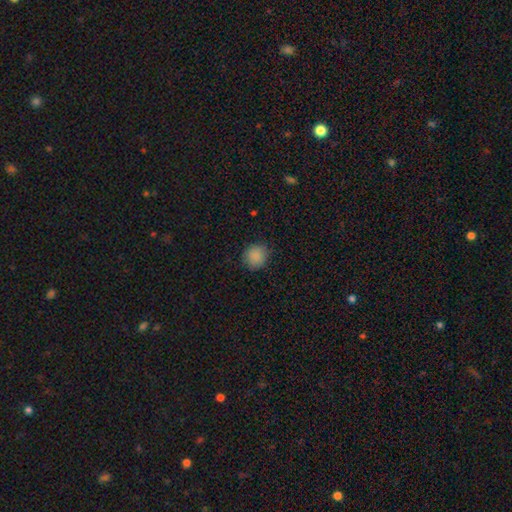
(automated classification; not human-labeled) Q: Smooth or featured?
A: smooth (88%); runner-up: star or artifact (9%)
Q: How rounded?
A: round (87%); runner-up: in between (12%)
Q: Merging?
A: none (87%); runner-up: minor disturbance (10%)